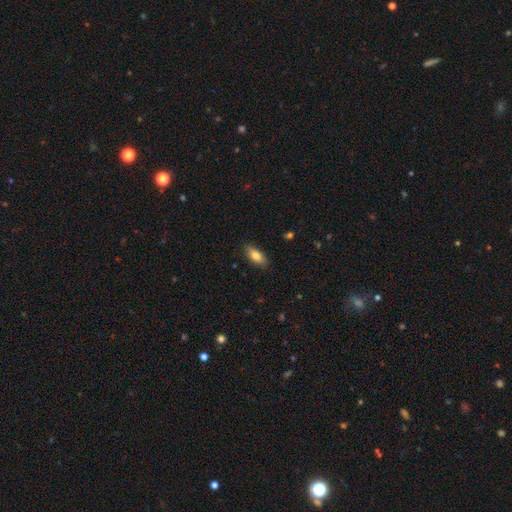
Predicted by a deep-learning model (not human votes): Smooth or featured?
  - smooth: 80% *
  - featured or disk: 13%
  - star or artifact: 7%
How rounded?
  - in between: 83% *
  - cigar-shaped: 14%
  - round: 3%
Merging?
  - none: 87% *
  - minor disturbance: 10%
  - major disturbance: 2%
  - merger: 1%